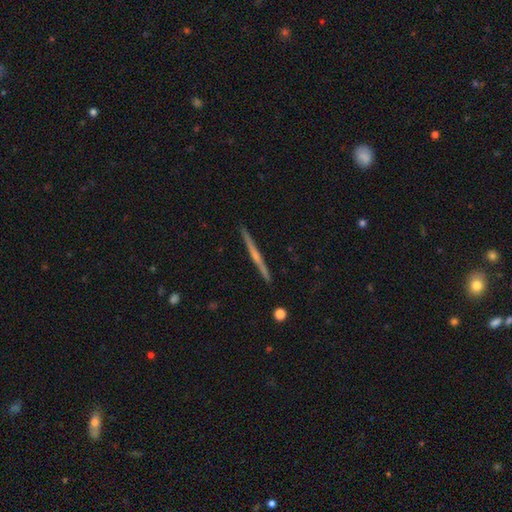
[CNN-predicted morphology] This is likely a featured or disk galaxy (70%). It is clearly viewed edge-on (98%). Edge-on bulge: possibly rounded (49%). Merging: clearly none (92%).